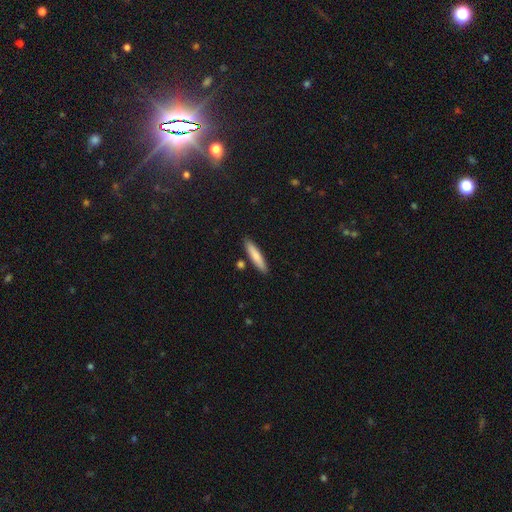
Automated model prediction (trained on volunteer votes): smooth-or-featured: smooth: 78% | featured or disk: 16% | star or artifact: 6%
  how-rounded: cigar-shaped: 87% | in between: 12% | round: 1%
  merging: none: 87% | minor disturbance: 8% | merger: 4% | major disturbance: 2%